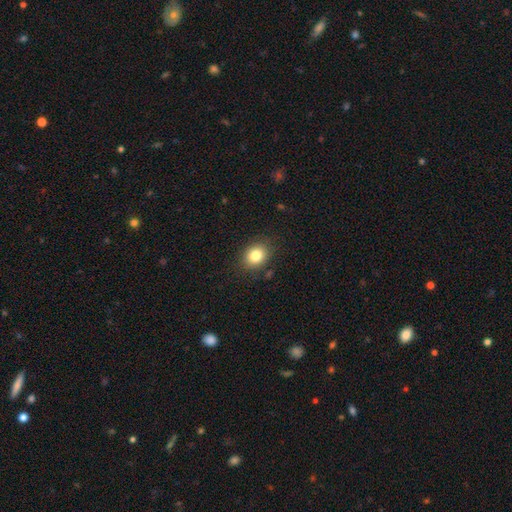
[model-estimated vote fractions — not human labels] Overall: smooth (82%). How rounded: round (53%; in between 46%). Merging: none (85%).